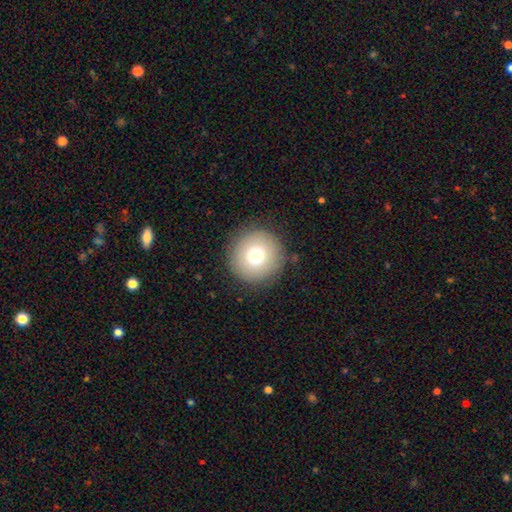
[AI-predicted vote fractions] This appears to be a smooth galaxy with no disk features (75%) that is round (96%). Merging: none (90%).